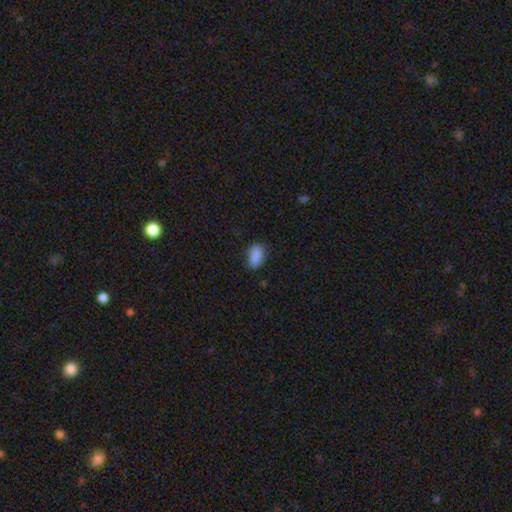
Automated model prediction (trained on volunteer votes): A smooth galaxy with no disk features (87%) that is in between round and cigar-shaped (90%). Merging: none (74%).